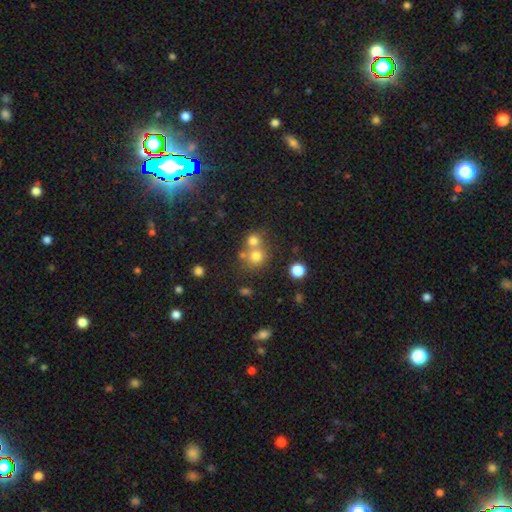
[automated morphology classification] Smooth or featured: smooth — 73% (star or artifact — 16%)
How rounded: round — 86% (in between — 13%)
Merging: none — 48% (merger — 42%)